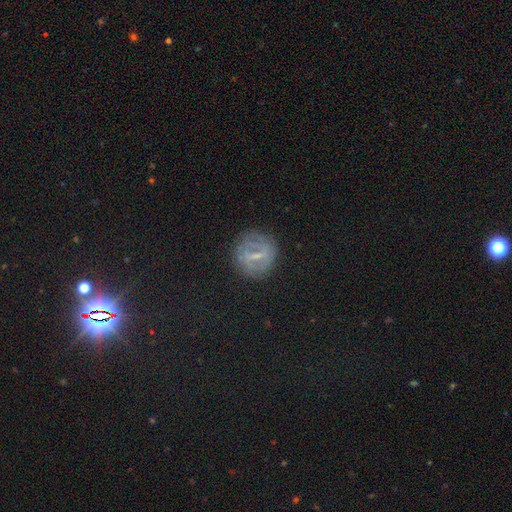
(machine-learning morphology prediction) smooth_or_featured: featured or disk (p=0.49) [alt: smooth p=0.29]
merging: none (p=0.82) [alt: minor disturbance p=0.12]